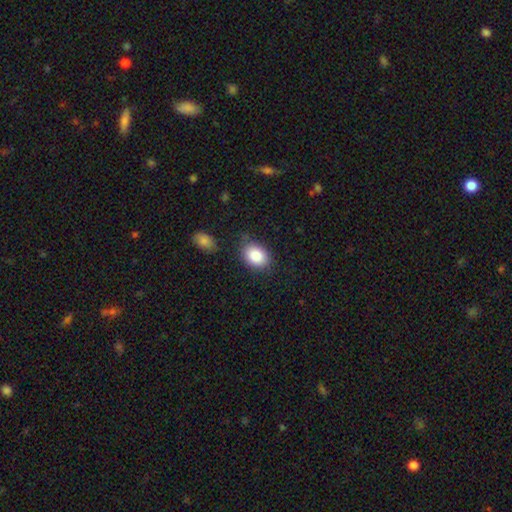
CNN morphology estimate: smooth-or-featured: smooth: 85% | star or artifact: 8% | featured or disk: 7%
  how-rounded: in between: 72% | round: 27% | cigar-shaped: 1%
  merging: none: 78% | minor disturbance: 14% | major disturbance: 4% | merger: 4%